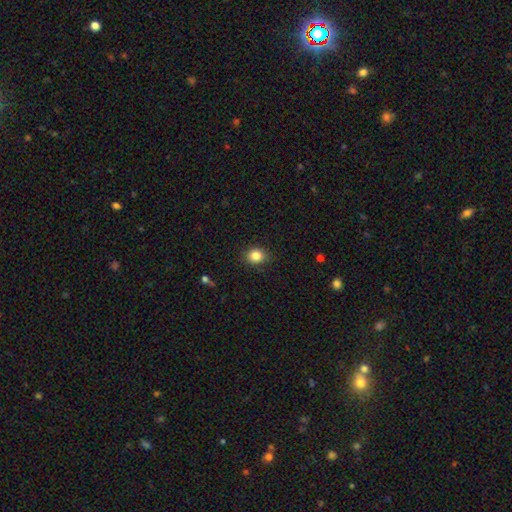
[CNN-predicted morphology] Smooth or featured?
  - smooth: 85% *
  - star or artifact: 10%
  - featured or disk: 5%
How rounded?
  - round: 63% *
  - in between: 37%
  - cigar-shaped: 1%
Merging?
  - none: 87% *
  - minor disturbance: 10%
  - major disturbance: 2%
  - merger: 1%